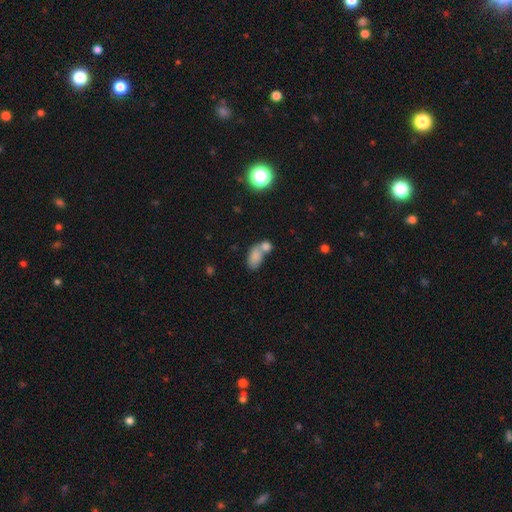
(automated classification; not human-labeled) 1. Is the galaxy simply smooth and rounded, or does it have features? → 80% smooth, 11% featured or disk, 9% star or artifact.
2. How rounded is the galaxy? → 90% in between, 7% round, 3% cigar-shaped.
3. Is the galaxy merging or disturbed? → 59% merger, 26% none, 10% minor disturbance, 5% major disturbance.